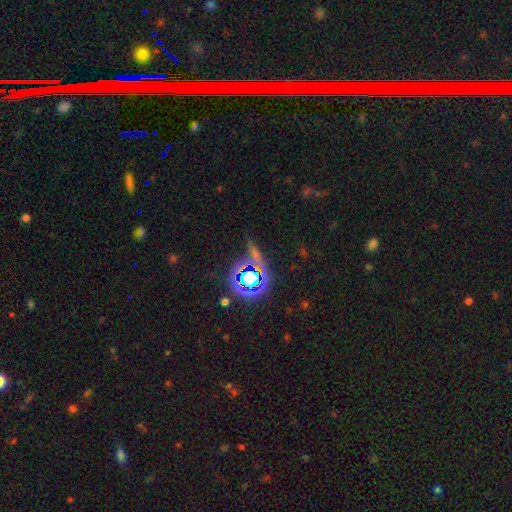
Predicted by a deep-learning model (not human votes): Smooth or featured?
  - star or artifact: 67% *
  - smooth: 20%
  - featured or disk: 13%